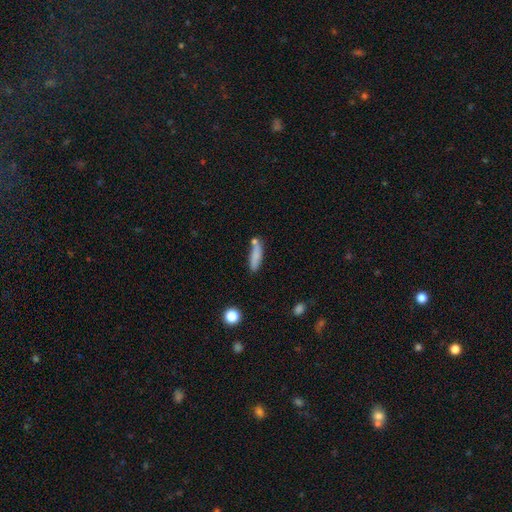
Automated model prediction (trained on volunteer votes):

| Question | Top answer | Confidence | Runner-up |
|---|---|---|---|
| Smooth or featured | smooth | 80% | featured or disk (12%) |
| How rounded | cigar-shaped | 67% | in between (31%) |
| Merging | none | 60% | minor disturbance (18%) |